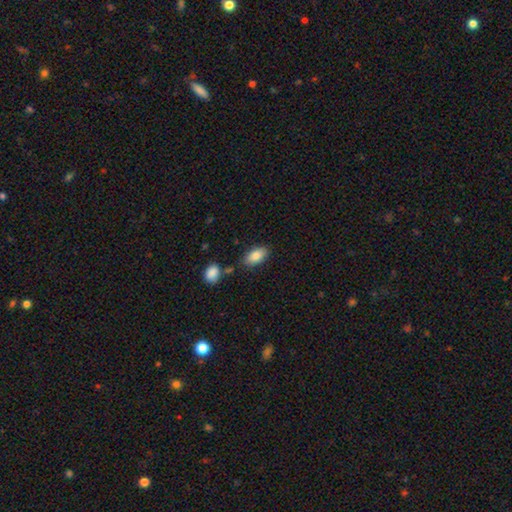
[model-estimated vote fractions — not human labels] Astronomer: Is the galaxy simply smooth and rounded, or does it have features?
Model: smooth — 85%.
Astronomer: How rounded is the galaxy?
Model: in between — 92%.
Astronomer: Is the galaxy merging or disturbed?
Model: none — 80%.